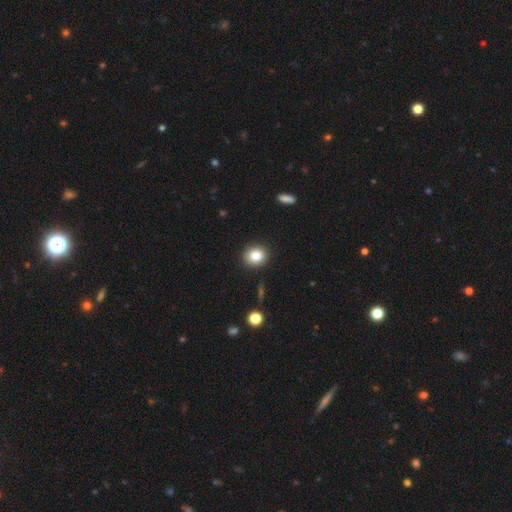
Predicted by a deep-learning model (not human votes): smooth_or_featured: smooth (p=0.83) [alt: star or artifact p=0.10]
how_rounded: round (p=0.79) [alt: in between p=0.20]
merging: none (p=0.90) [alt: minor disturbance p=0.06]